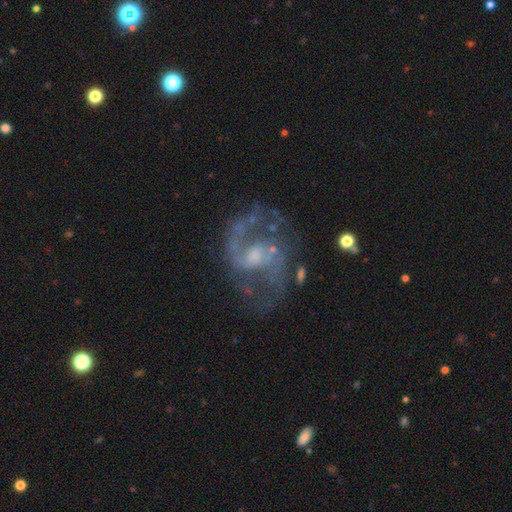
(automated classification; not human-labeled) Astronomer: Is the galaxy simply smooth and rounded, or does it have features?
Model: featured or disk — 86%.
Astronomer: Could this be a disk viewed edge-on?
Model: no — 98%.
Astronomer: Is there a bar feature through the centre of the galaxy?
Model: weak — 49% (runner-up: no, 39%).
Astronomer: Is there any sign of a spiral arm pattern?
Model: yes — 92%.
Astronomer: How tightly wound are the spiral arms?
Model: medium — 51% (runner-up: loose, 38%).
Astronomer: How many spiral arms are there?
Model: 2 — 83%.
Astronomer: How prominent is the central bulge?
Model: small — 44% (runner-up: moderate, 36%).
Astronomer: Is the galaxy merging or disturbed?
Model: none — 62%.